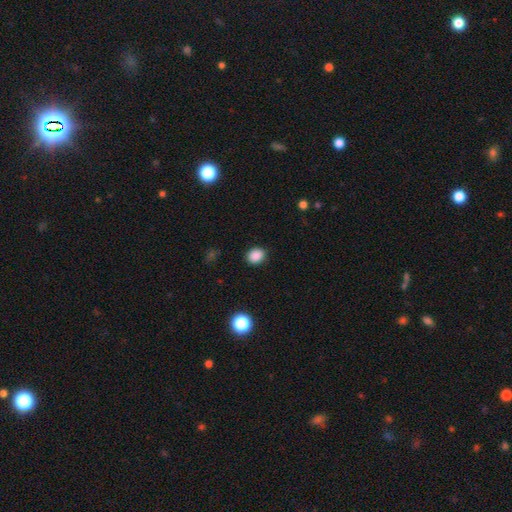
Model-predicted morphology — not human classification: Smooth or featured: smooth — 87% (star or artifact — 10%)
How rounded: round — 55% (in between — 44%)
Merging: none — 88% (minor disturbance — 9%)